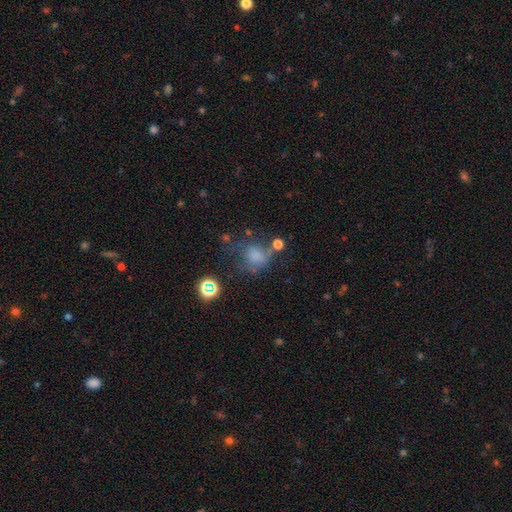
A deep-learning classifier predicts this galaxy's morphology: type=smooth (65%); roundness=round (69%); merging=none (41%).